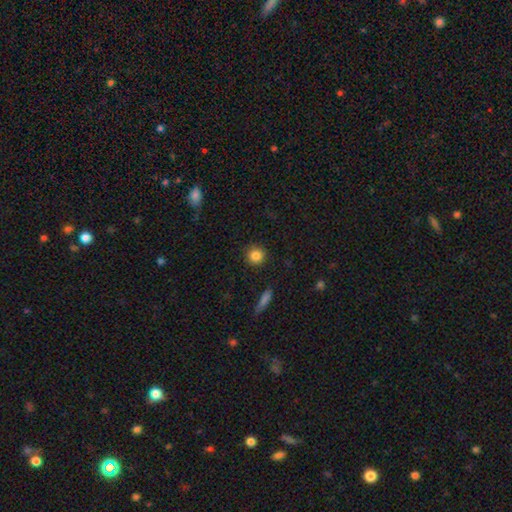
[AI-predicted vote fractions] This appears to be a smooth galaxy with no disk features (85%) that is round (93%). Merging: none (90%).